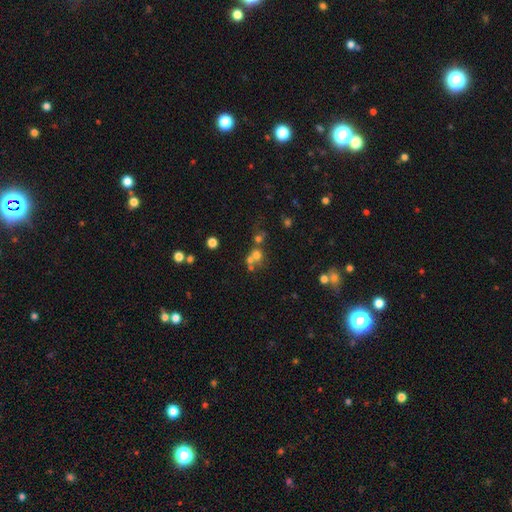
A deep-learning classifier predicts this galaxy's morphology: Smooth or featured? Predicted: smooth (p=0.58). How rounded? Predicted: round (p=0.80). Merging? Predicted: merger (p=0.50).